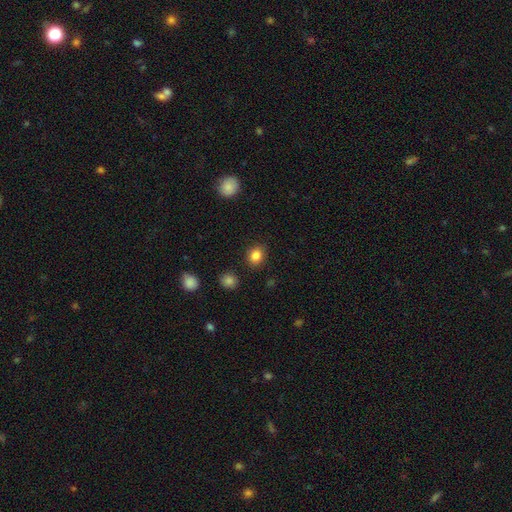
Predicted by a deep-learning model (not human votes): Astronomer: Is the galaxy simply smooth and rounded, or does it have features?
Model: smooth — 84%.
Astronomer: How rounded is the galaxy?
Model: round — 61% (runner-up: in between, 38%).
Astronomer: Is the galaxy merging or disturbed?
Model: none — 88%.